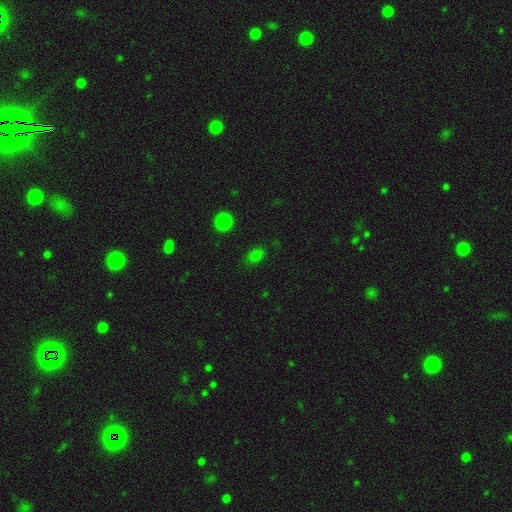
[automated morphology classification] smooth_or_featured: smooth (p=0.75) [alt: star or artifact p=0.20]
how_rounded: in between (p=0.73) [alt: round p=0.24]
merging: none (p=0.81) [alt: minor disturbance p=0.13]